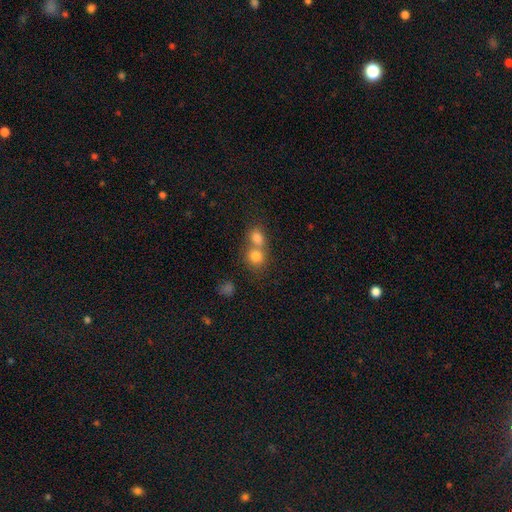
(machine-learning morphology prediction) smooth_or_featured: smooth (p=0.78) [alt: star or artifact p=0.12]
how_rounded: round (p=0.78) [alt: in between p=0.21]
merging: merger (p=0.58) [alt: none p=0.35]